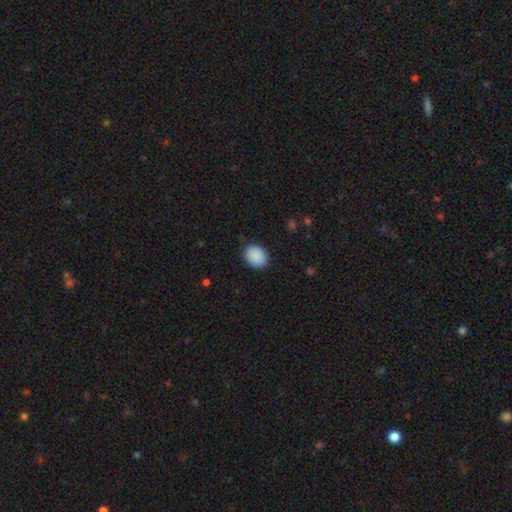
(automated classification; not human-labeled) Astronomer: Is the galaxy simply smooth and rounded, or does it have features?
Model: smooth — 90%.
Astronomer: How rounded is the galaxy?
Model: in between — 59% (runner-up: round, 40%).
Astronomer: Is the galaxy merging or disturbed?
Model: none — 85%.